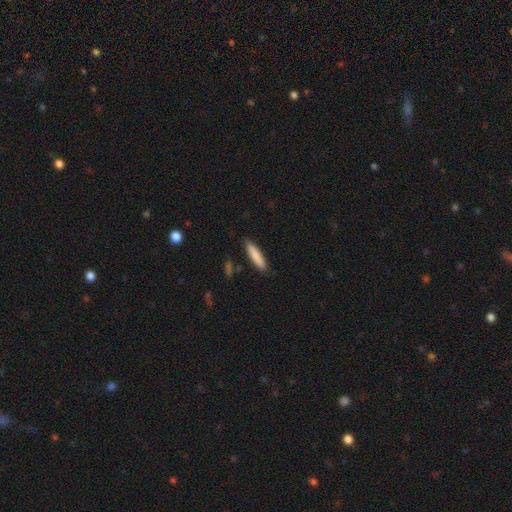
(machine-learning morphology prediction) The model was most divided on "how rounded": cigar-shaped: 80%, in between: 18%, round: 1%. More confident: merging — none (86%); smooth or featured — smooth (84%).